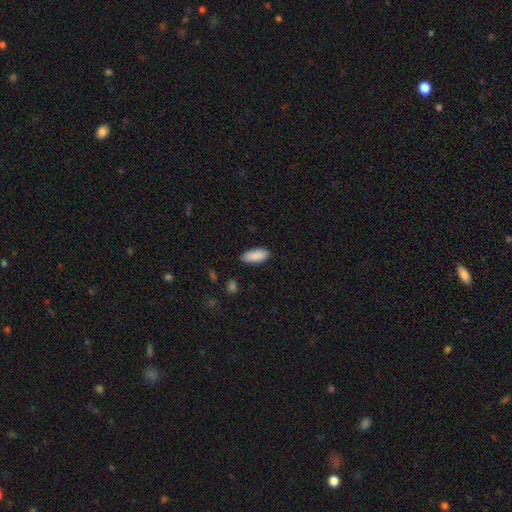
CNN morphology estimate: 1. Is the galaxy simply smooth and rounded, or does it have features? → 89% smooth, 6% star or artifact, 4% featured or disk.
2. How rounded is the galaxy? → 84% in between, 14% cigar-shaped, 2% round.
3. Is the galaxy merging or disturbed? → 84% none, 13% minor disturbance, 2% major disturbance, 1% merger.